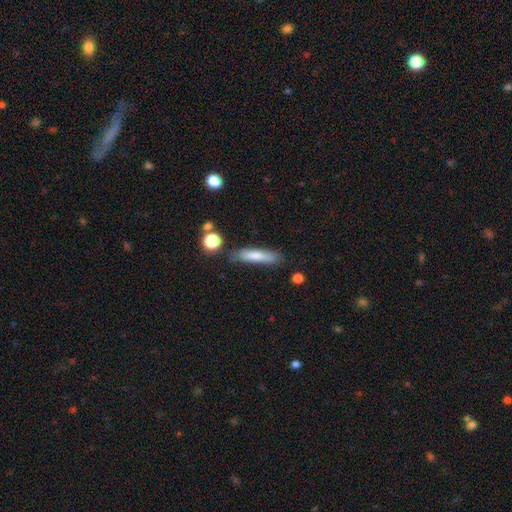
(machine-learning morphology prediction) Overall: smooth (75%). How rounded: cigar-shaped (80%). Merging: none (74%).